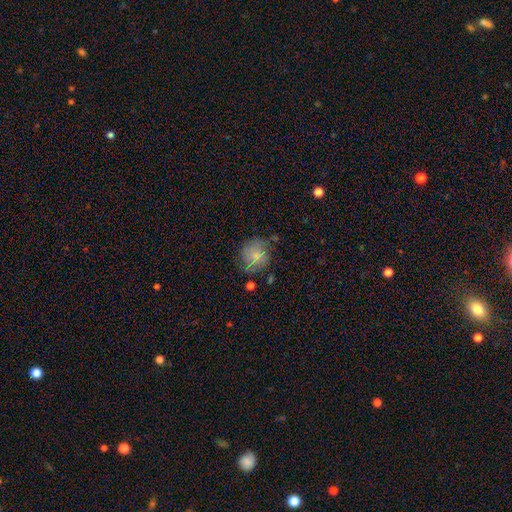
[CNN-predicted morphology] Smooth or featured: smooth — 68% (featured or disk — 23%)
How rounded: round — 83% (in between — 16%)
Merging: none — 58% (minor disturbance — 27%)